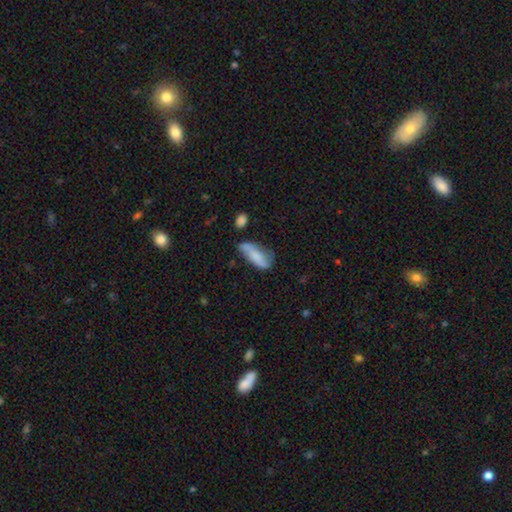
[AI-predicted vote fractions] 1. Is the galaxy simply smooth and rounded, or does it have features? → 59% smooth, 34% featured or disk, 7% star or artifact.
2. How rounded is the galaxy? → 73% in between, 24% cigar-shaped, 3% round.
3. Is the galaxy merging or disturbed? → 49% none, 32% minor disturbance, 12% major disturbance, 7% merger.